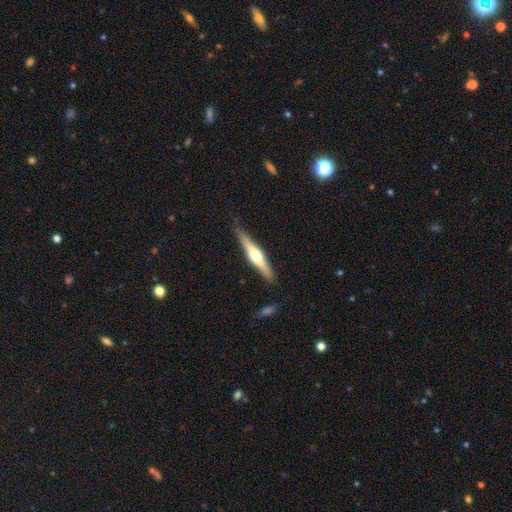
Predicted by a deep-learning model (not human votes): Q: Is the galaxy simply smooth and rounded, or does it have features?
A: featured or disk — 66%.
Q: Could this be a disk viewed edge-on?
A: yes — 97%.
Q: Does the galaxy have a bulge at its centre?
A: rounded — 91%.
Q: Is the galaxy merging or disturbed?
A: none — 87%.